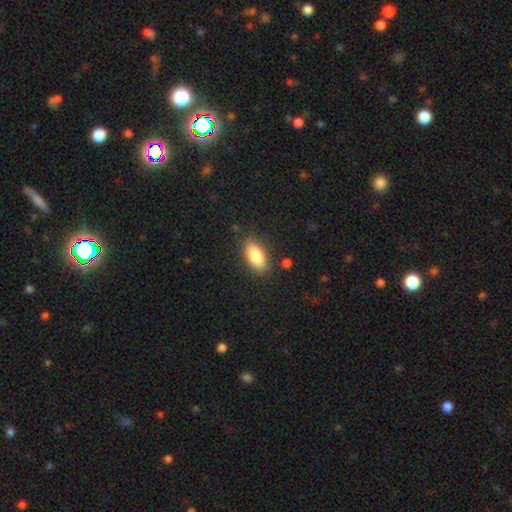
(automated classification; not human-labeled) smooth 85%, featured or disk 9%, star or artifact 7%. Down the decision tree: how rounded — in between (87%); merging — none (83%).